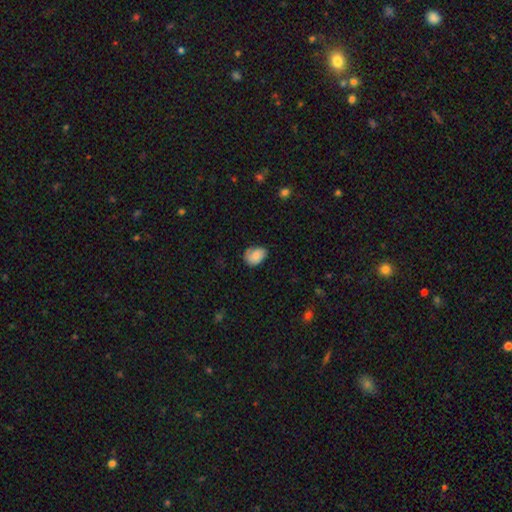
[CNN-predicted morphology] smooth_or_featured: smooth (p=0.75) [alt: featured or disk p=0.17]
how_rounded: in between (p=0.76) [alt: round p=0.23]
merging: none (p=0.59) [alt: minor disturbance p=0.30]